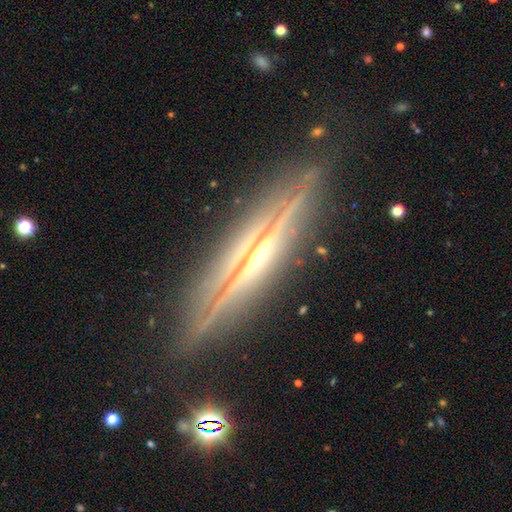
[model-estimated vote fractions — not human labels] Smooth or featured? featured or disk (85%)
Edge-on disk? yes (96%)
Edge-on bulge? rounded (72%)
Merging? none (85%)